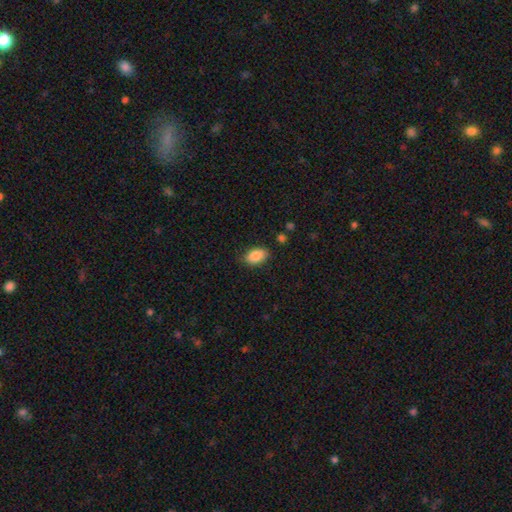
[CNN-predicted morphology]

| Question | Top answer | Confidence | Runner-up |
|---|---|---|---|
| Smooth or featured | smooth | 88% | star or artifact (7%) |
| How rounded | in between | 91% | round (8%) |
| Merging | none | 85% | minor disturbance (11%) |